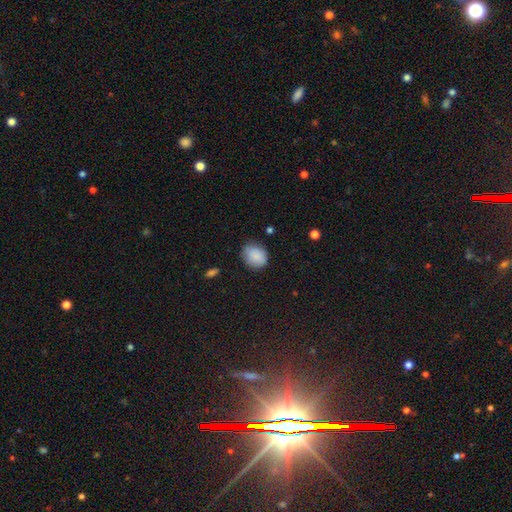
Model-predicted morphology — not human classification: Smooth or featured: smooth — 87% (star or artifact — 7%)
How rounded: round — 50% (in between — 49%)
Merging: none — 76% (minor disturbance — 19%)